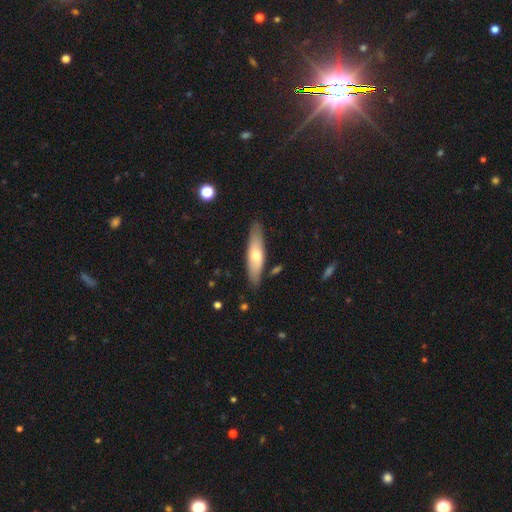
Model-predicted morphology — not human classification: A smooth galaxy with no disk features (58%) that is cigar-shaped (63%). Merging: none (84%).